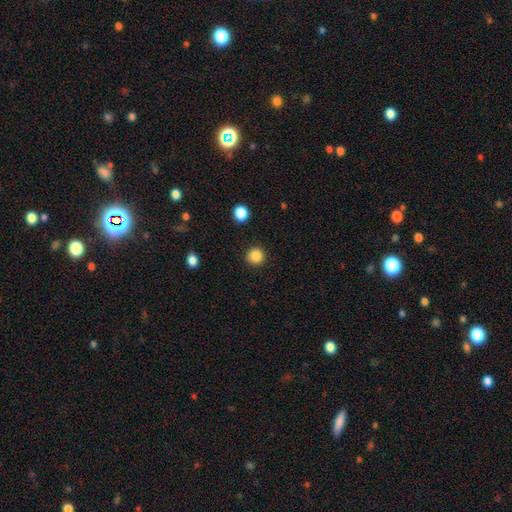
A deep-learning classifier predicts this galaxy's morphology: smooth 86%, star or artifact 11%, featured or disk 3%. Down the decision tree: how rounded — round (93%); merging — none (90%).